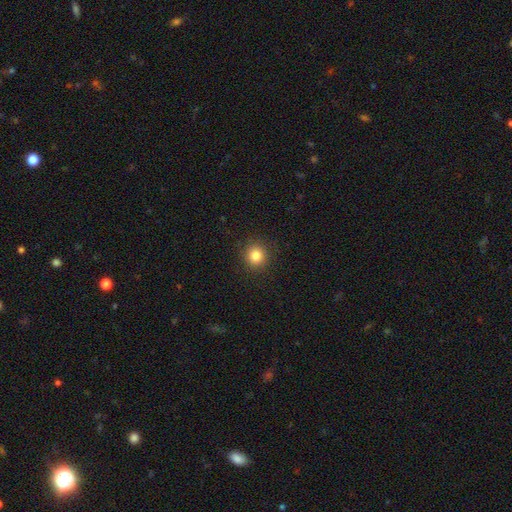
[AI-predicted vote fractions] The model was most divided on "smooth or featured": smooth: 83%, star or artifact: 12%, featured or disk: 5%. More confident: how rounded — round (91%); merging — none (91%).